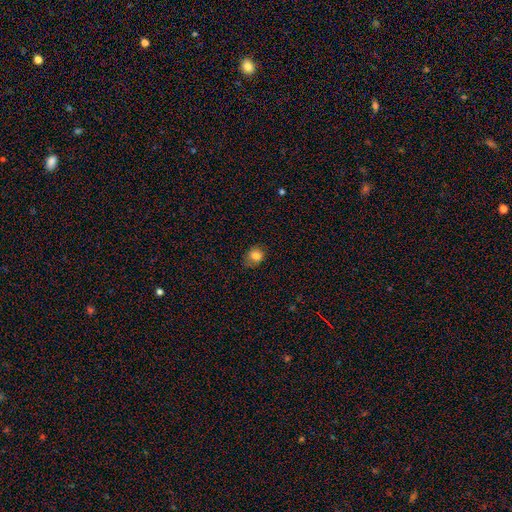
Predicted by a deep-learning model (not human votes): This appears to be a smooth galaxy with no disk features (82%) that is round (62%). Merging: none (68%).